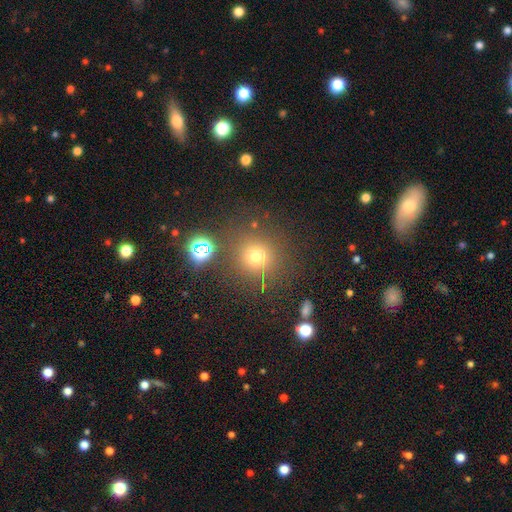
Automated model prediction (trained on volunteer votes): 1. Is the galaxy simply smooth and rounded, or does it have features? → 68% smooth, 23% star or artifact, 8% featured or disk.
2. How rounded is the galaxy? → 92% round, 7% in between, 1% cigar-shaped.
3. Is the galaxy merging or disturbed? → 81% none, 9% minor disturbance, 5% merger, 4% major disturbance.